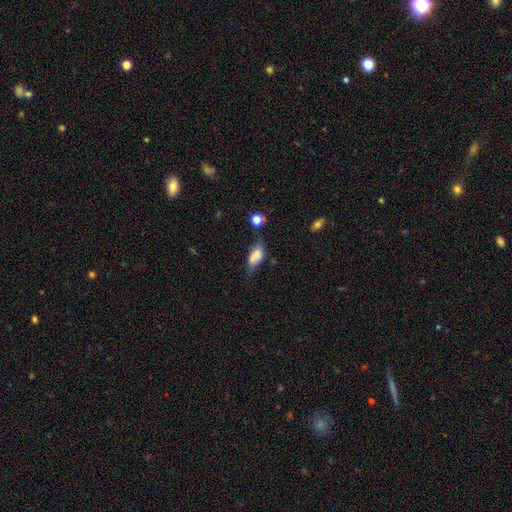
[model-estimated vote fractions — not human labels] Smooth or featured? Predicted: smooth (p=0.71). How rounded? Predicted: in between (p=0.82). Merging? Predicted: minor disturbance (p=0.36).